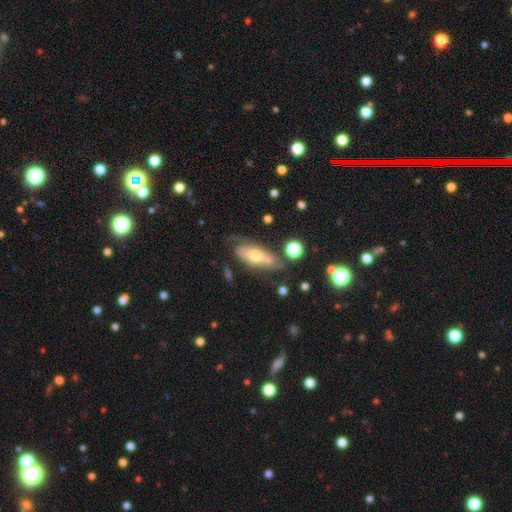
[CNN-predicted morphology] featured or disk 59%, smooth 33%, star or artifact 8%. Down the decision tree: edge-on disk — no (75%); merging — none (54%).